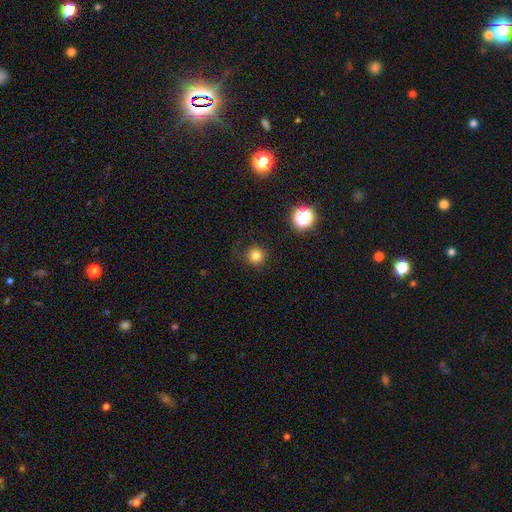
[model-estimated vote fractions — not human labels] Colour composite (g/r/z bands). It shows a smooth galaxy with no disk features (80%) that is round (95%). Merging: none (87%).